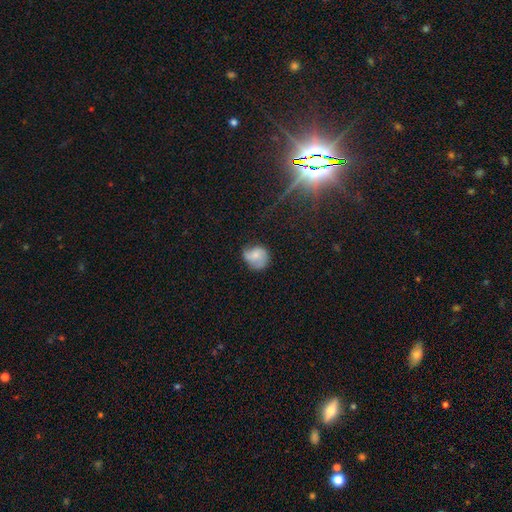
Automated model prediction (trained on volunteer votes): Q: Smooth or featured?
A: smooth (60%); runner-up: featured or disk (32%)
Q: How rounded?
A: round (70%); runner-up: in between (29%)
Q: Merging?
A: none (52%); runner-up: minor disturbance (33%)